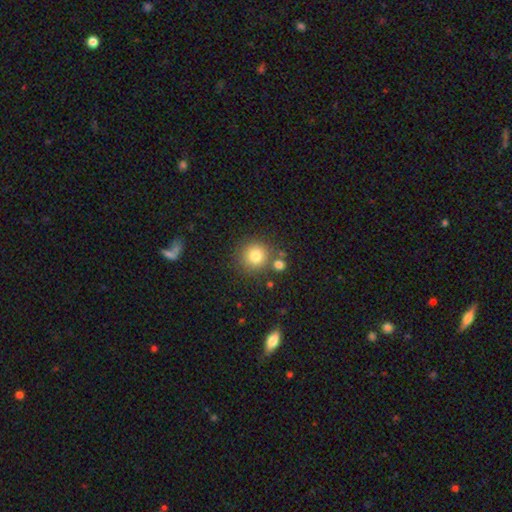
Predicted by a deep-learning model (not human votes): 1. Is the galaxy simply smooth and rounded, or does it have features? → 80% smooth, 11% star or artifact, 9% featured or disk.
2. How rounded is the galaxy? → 92% round, 7% in between, 1% cigar-shaped.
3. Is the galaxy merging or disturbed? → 75% none, 12% merger, 10% minor disturbance, 4% major disturbance.